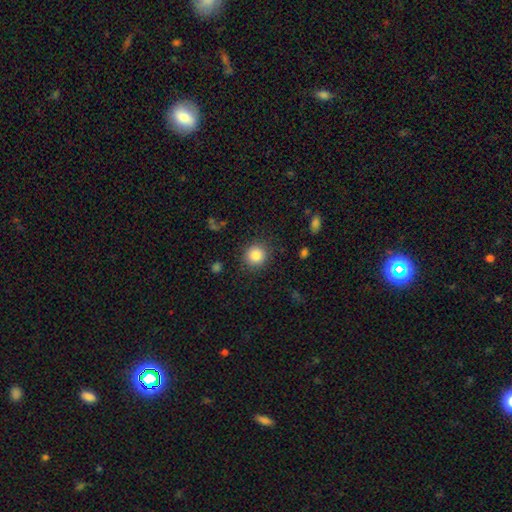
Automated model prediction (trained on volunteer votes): smooth 84%, star or artifact 10%, featured or disk 5%. Down the decision tree: how rounded — round (91%); merging — none (88%).